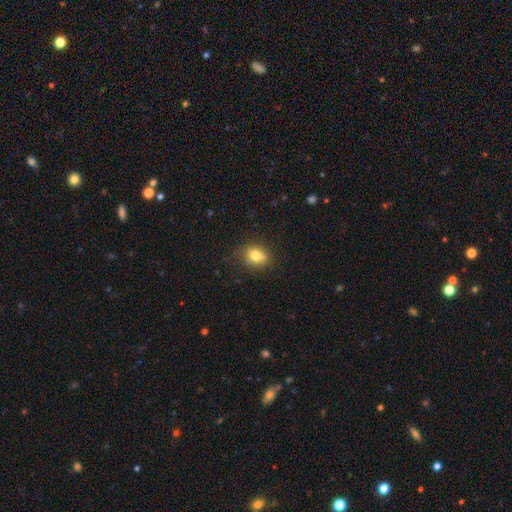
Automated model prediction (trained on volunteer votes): Overall: smooth (78%). How rounded: round (56%; in between 43%). Merging: none (69%).